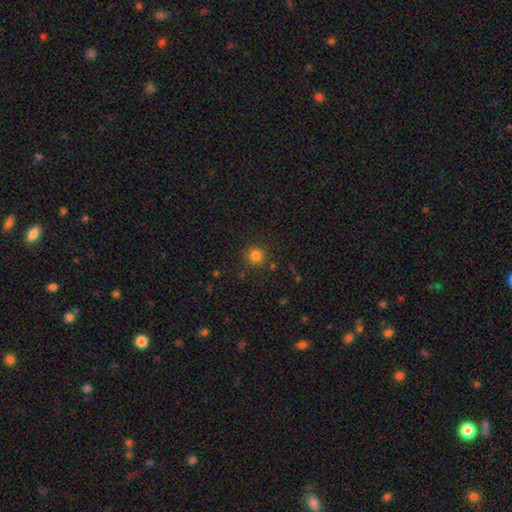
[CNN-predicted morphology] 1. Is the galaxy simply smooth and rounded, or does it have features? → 82% smooth, 14% star or artifact, 5% featured or disk.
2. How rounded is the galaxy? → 93% round, 6% in between, 1% cigar-shaped.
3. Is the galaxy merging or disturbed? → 87% none, 8% minor disturbance, 3% major disturbance, 3% merger.